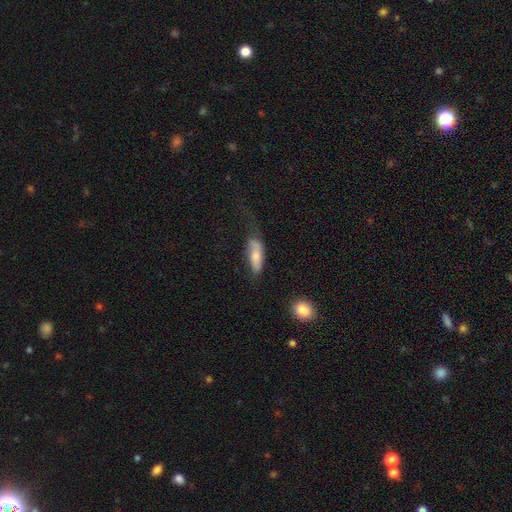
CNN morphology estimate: Smooth or featured? Predicted: smooth (p=0.69). How rounded? Predicted: in between (p=0.70). Merging? Predicted: none (p=0.40).